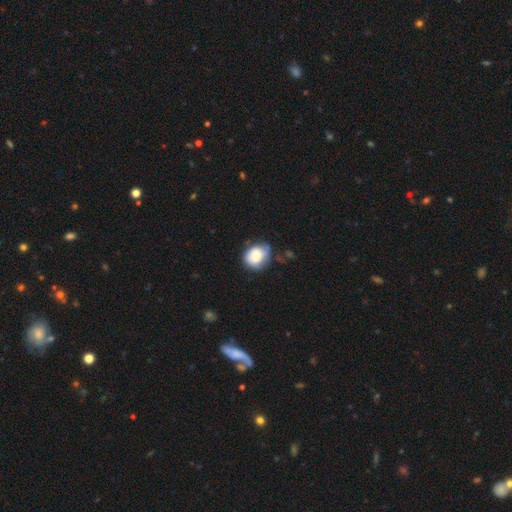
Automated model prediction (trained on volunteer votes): Smooth or featured? smooth (71%)
How rounded? round (61%)
Merging? none (50%)